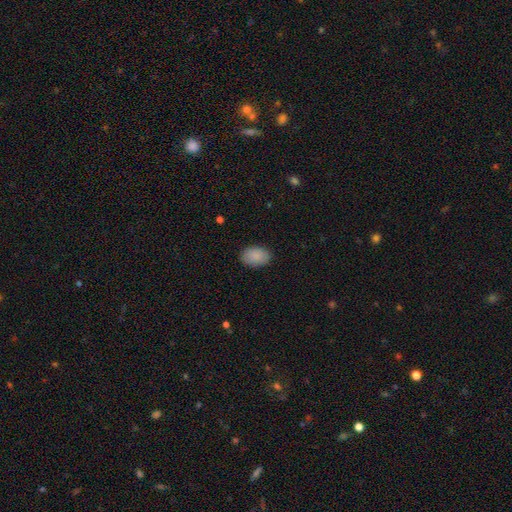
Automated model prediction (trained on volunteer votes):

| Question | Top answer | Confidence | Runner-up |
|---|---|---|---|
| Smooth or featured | smooth | 89% | star or artifact (7%) |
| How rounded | in between | 85% | round (14%) |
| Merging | none | 87% | minor disturbance (10%) |